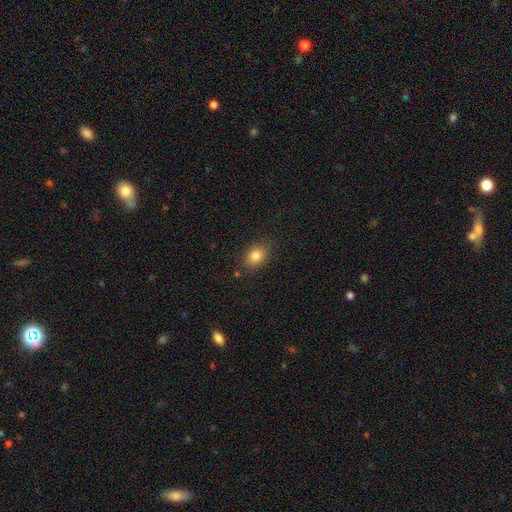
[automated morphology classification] Smooth or featured?
  - smooth: 83% *
  - star or artifact: 10%
  - featured or disk: 7%
How rounded?
  - in between: 67% *
  - round: 32%
  - cigar-shaped: 1%
Merging?
  - none: 83% *
  - minor disturbance: 12%
  - major disturbance: 3%
  - merger: 2%